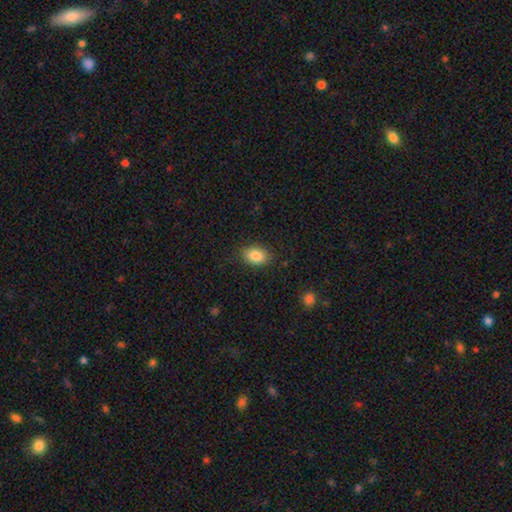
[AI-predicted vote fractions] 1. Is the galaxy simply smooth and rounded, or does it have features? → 86% smooth, 8% star or artifact, 6% featured or disk.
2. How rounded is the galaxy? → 83% in between, 16% round, 1% cigar-shaped.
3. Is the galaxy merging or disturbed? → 85% none, 11% minor disturbance, 3% major disturbance, 1% merger.